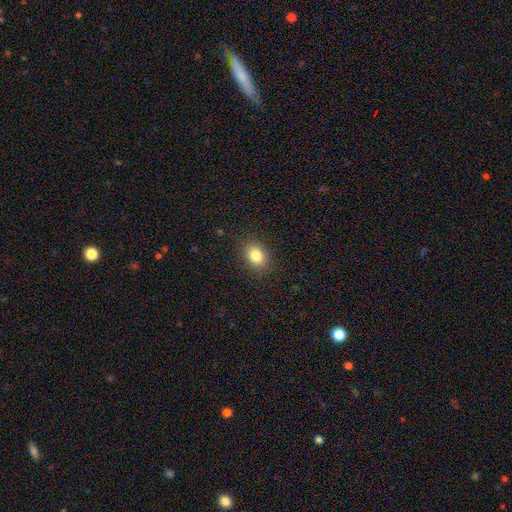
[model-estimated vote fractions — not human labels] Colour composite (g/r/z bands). It shows a smooth galaxy with no disk features (83%) that is in between round and cigar-shaped (63%). Merging: none (87%).